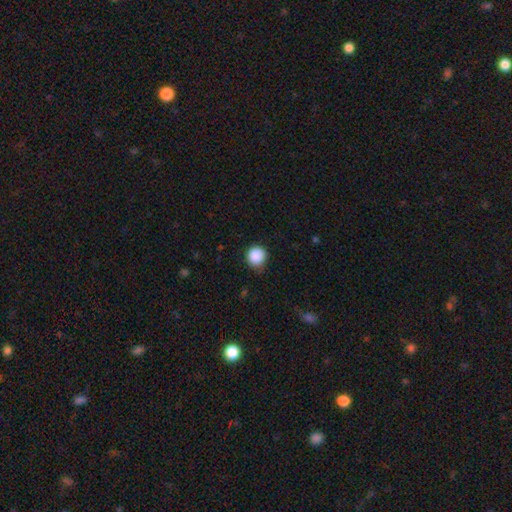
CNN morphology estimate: smooth_or_featured: smooth (p=0.88) [alt: star or artifact p=0.09]
how_rounded: round (p=0.93) [alt: in between p=0.06]
merging: none (p=0.80) [alt: minor disturbance p=0.16]